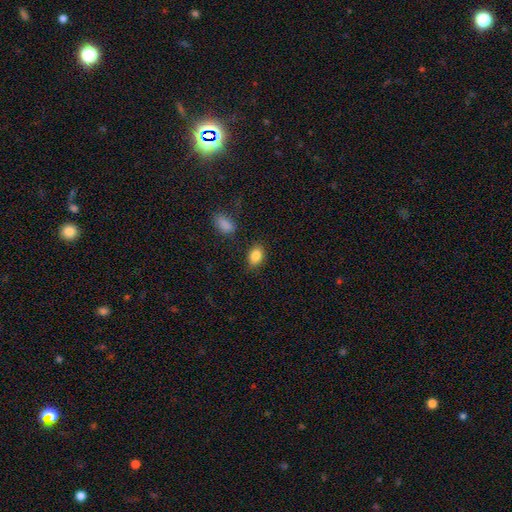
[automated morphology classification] The model was most divided on "how rounded": in between: 77%, round: 22%, cigar-shaped: 1%. More confident: smooth or featured — smooth (86%); merging — none (79%).